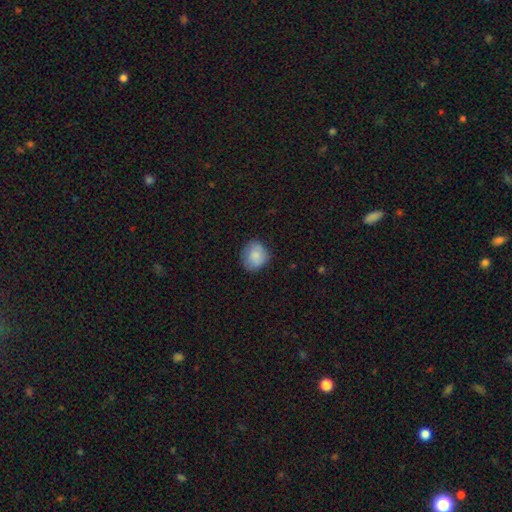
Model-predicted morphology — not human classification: type=smooth (84%); roundness=round (76%); merging=none (76%).